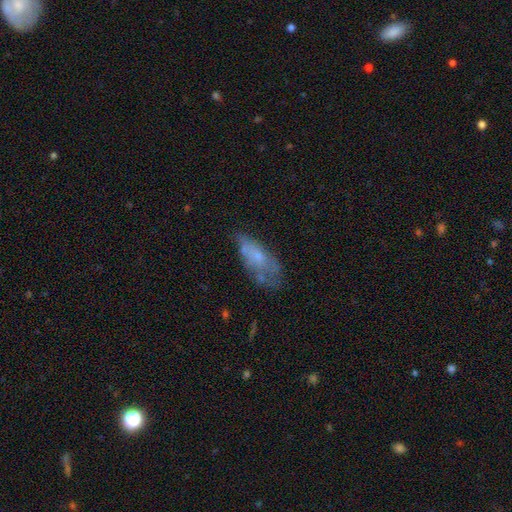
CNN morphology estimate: Overall: smooth (50%; featured or disk 40%). How rounded: in between (77%). Merging: none (40%; minor disturbance 29%).